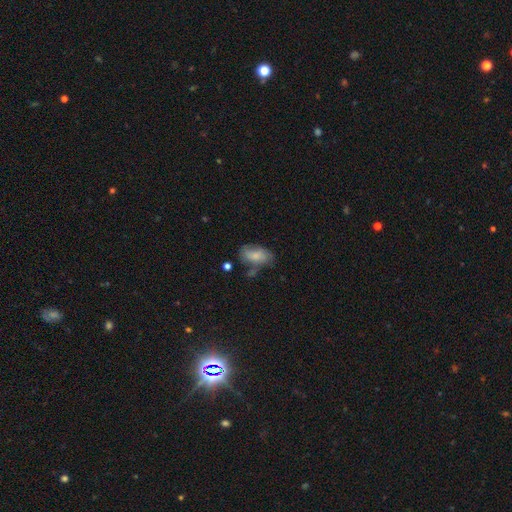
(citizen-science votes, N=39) This appears to be a smooth galaxy with no disk features (74%) that is in between round and cigar-shaped (86%). Merging: none (43%).